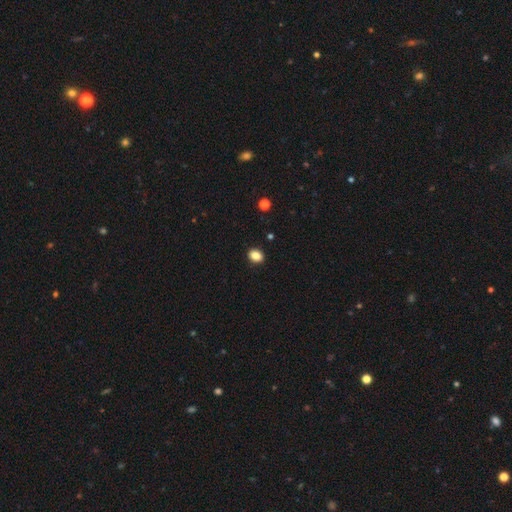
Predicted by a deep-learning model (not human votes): Overall: smooth (86%). How rounded: in between (54%; round 45%). Merging: none (91%).